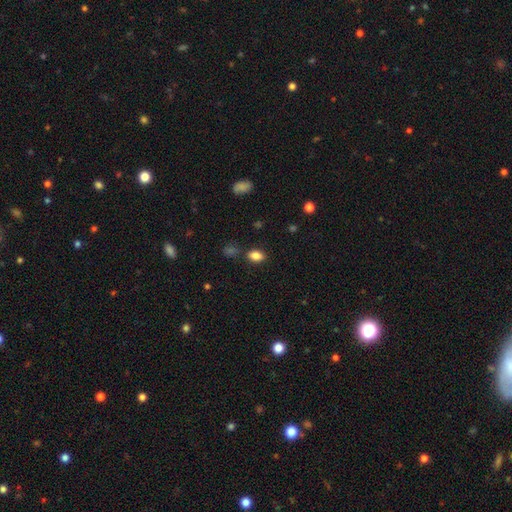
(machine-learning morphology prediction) A smooth galaxy with no disk features (83%) that is in between round and cigar-shaped (85%). Merging: none (81%).